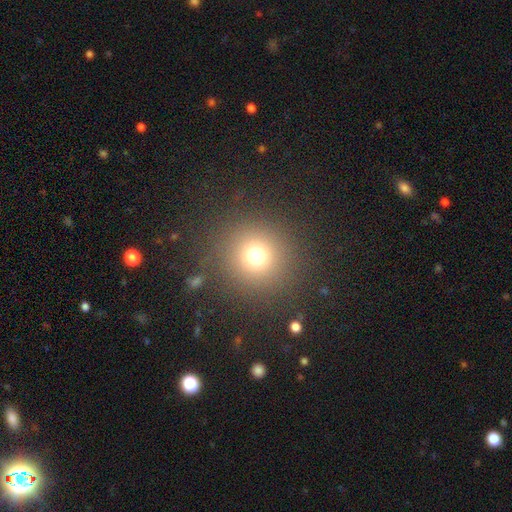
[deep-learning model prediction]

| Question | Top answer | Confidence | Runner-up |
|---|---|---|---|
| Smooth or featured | smooth | 72% | star or artifact (20%) |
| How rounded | round | 94% | in between (5%) |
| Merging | none | 86% | minor disturbance (7%) |